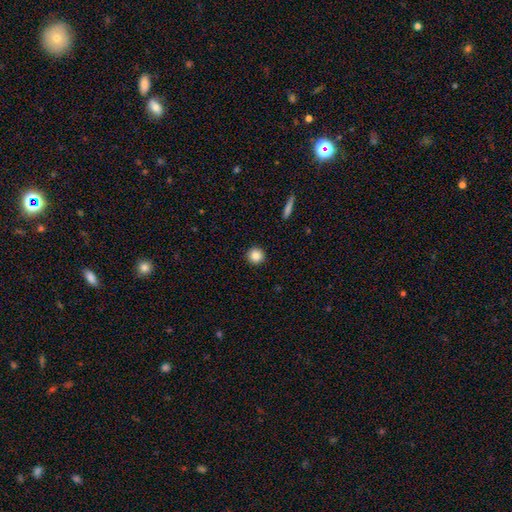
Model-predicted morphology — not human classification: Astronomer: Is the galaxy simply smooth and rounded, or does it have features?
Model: smooth — 86%.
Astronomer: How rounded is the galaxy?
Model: round — 95%.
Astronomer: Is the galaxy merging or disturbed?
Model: none — 93%.